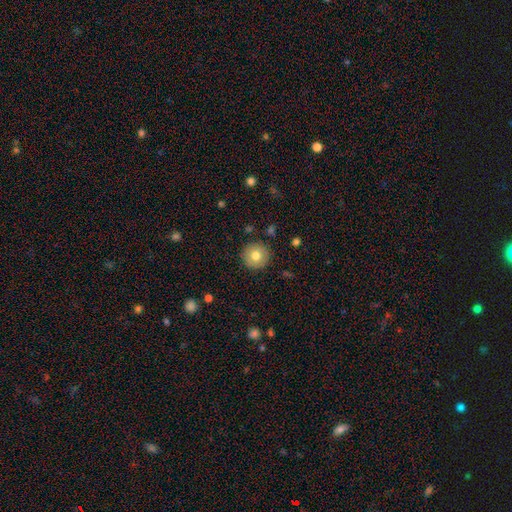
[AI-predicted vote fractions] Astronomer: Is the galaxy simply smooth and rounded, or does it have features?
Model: smooth — 77%.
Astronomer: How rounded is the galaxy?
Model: round — 95%.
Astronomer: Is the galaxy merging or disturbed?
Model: none — 91%.